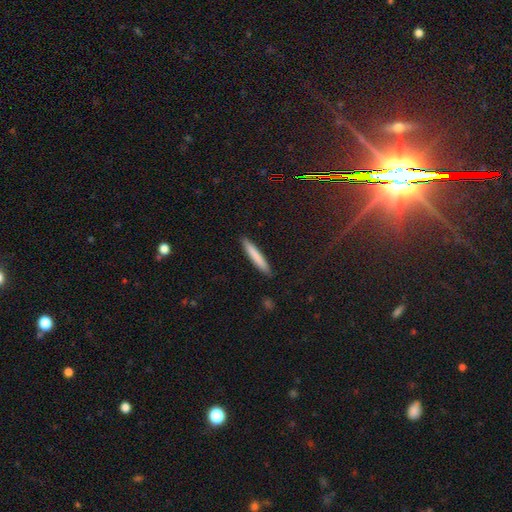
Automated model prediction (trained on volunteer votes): A smooth galaxy with no disk features (79%) that is cigar-shaped (95%). Merging: none (92%).